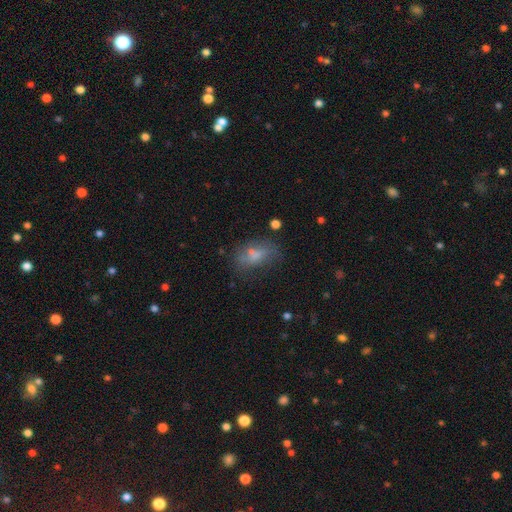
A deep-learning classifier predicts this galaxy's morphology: A smooth galaxy with no disk features (61%) that is in between round and cigar-shaped (84%). Merging: none (52%).